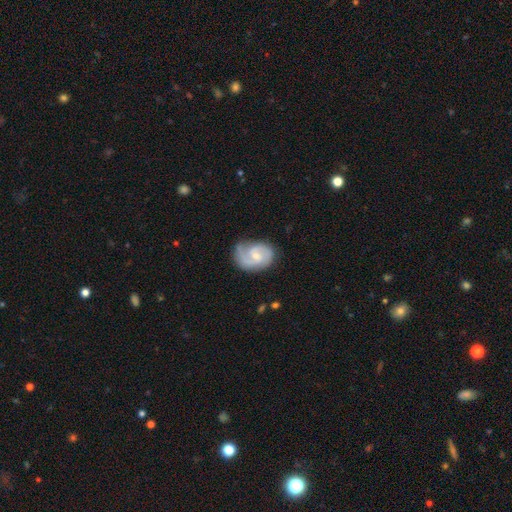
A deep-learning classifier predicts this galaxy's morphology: The model was most divided on "bar": weak: 51%, no: 42%, strong: 7%. Remaining: edge-on disk — no (98%); spiral arms — yes (96%); smooth or featured — featured or disk (80%); spiral arm count — 2 (74%); merging — none (64%); bulge size — small (55%); spiral winding — medium (49%).